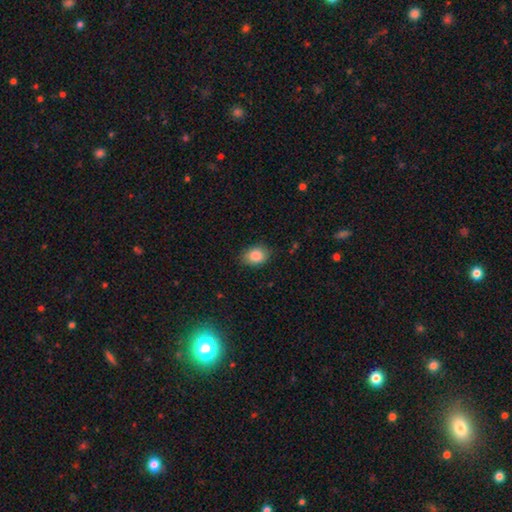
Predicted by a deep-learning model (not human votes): smooth_or_featured: smooth (p=0.87) [alt: star or artifact p=0.08]
how_rounded: in between (p=0.67) [alt: round p=0.32]
merging: none (p=0.82) [alt: minor disturbance p=0.14]